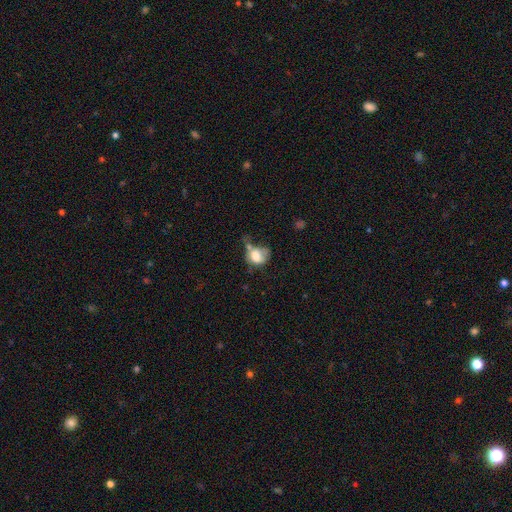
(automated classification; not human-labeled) A smooth galaxy with no disk features (70%) that is in between round and cigar-shaped (50%).

Vote fractions:
- Smooth or featured? smooth: 70% / featured or disk: 20% / star or artifact: 10%
- How rounded? in between: 50% / round: 49% / cigar-shaped: 1%
- Merging? major disturbance: 31% / minor disturbance: 27% / none: 24% / merger: 19%